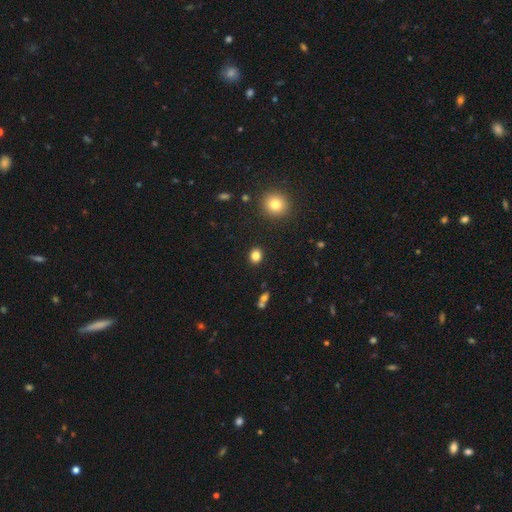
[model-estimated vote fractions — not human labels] The model was most divided on "how rounded": round: 67%, in between: 32%, cigar-shaped: 1%. More confident: merging — none (89%); smooth or featured — smooth (83%).